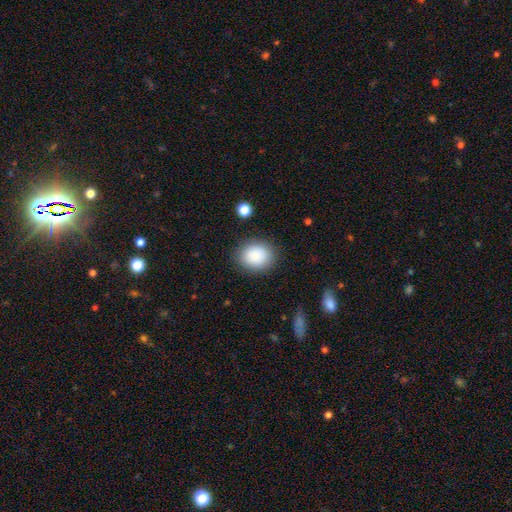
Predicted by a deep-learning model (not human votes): This is clearly a smooth galaxy (87%). How rounded: likely round (61%). Merging: clearly none (86%).